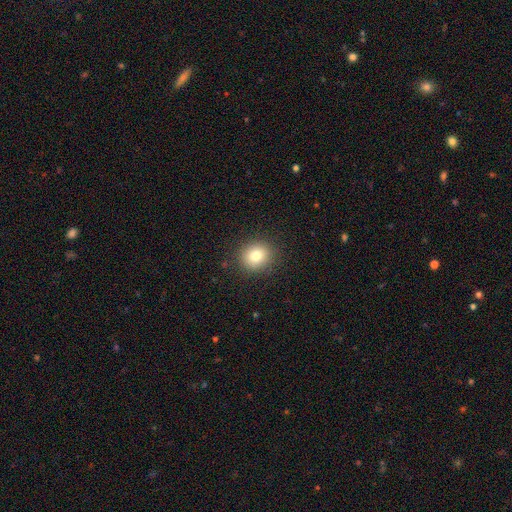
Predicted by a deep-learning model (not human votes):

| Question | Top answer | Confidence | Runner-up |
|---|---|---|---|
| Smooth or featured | smooth | 79% | star or artifact (12%) |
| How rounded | round | 81% | in between (18%) |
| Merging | none | 89% | minor disturbance (7%) |